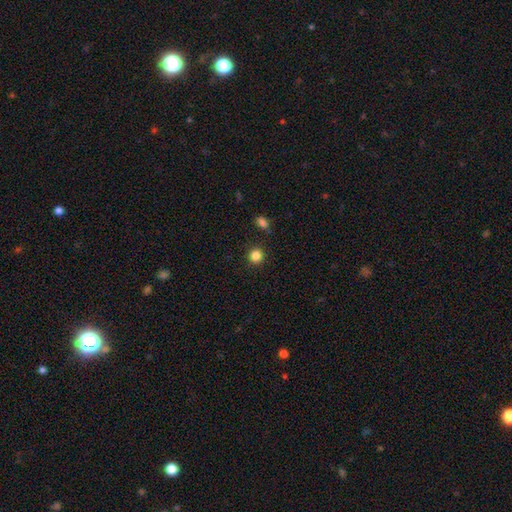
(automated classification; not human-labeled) This is clearly a smooth galaxy (85%). How rounded: clearly round (93%). Merging: clearly none (91%).